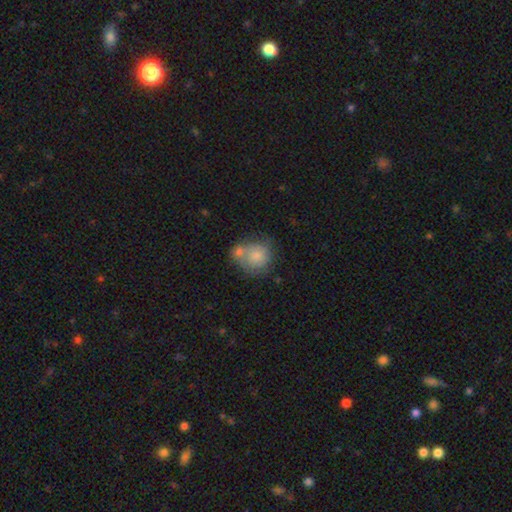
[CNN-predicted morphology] The model was most divided on "merging": merger: 46%, none: 31%, minor disturbance: 15%, major disturbance: 7%. More confident: how rounded — round (81%); smooth or featured — smooth (74%).